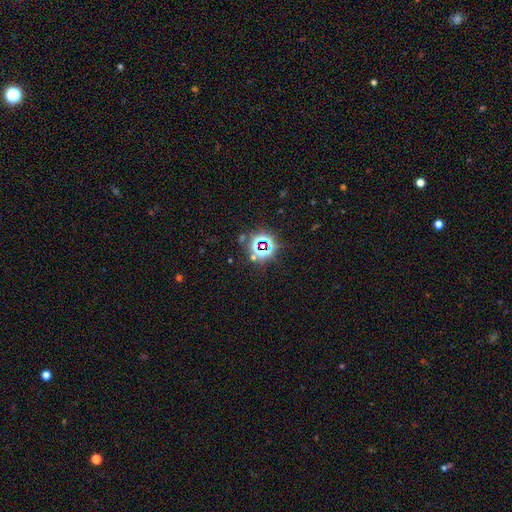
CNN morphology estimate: Smooth or featured? star or artifact (78%)